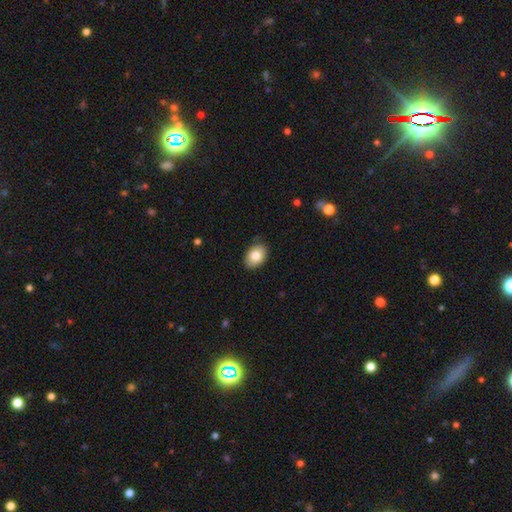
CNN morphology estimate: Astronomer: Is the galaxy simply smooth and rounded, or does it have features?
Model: smooth — 83%.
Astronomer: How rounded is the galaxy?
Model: in between — 80%.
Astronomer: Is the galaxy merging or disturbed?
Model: none — 84%.